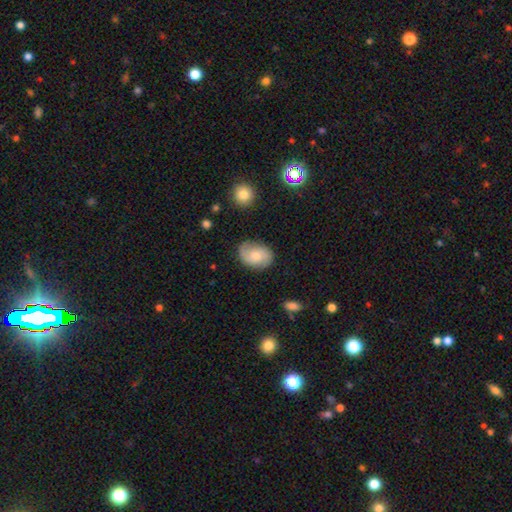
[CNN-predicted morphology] smooth 54%, featured or disk 39%, star or artifact 7%. Down the decision tree: how rounded — in between (70%); merging — none (76%).